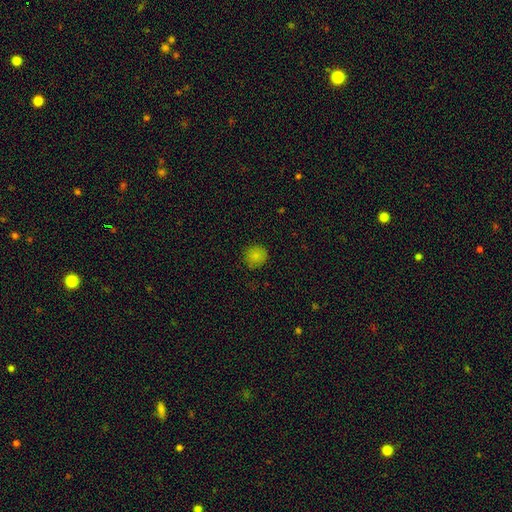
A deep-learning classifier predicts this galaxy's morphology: Smooth or featured? Predicted: smooth (p=0.82). How rounded? Predicted: round (p=0.92). Merging? Predicted: none (p=0.85).